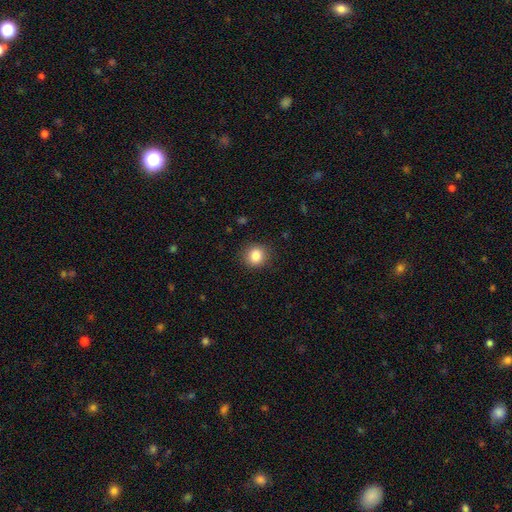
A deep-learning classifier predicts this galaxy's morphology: A smooth galaxy with no disk features (84%) that is round (82%).

Vote fractions:
- Smooth or featured? smooth: 84% / star or artifact: 10% / featured or disk: 6%
- How rounded? round: 82% / in between: 17% / cigar-shaped: 1%
- Merging? none: 88% / minor disturbance: 8% / major disturbance: 2% / merger: 1%